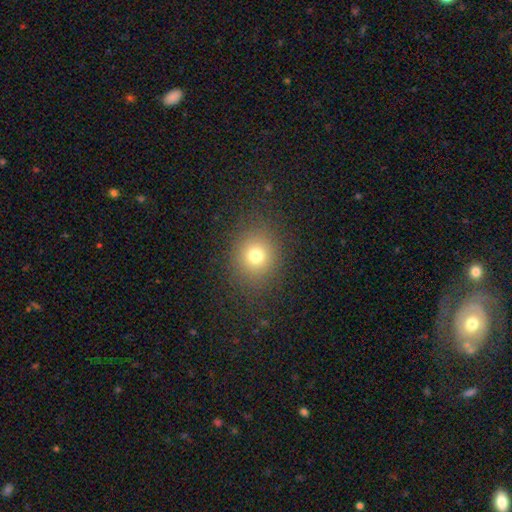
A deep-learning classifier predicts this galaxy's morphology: Smooth or featured?
  - smooth: 73% *
  - star or artifact: 17%
  - featured or disk: 10%
How rounded?
  - round: 80% *
  - in between: 19%
  - cigar-shaped: 1%
Merging?
  - none: 85% *
  - minor disturbance: 9%
  - major disturbance: 5%
  - merger: 1%